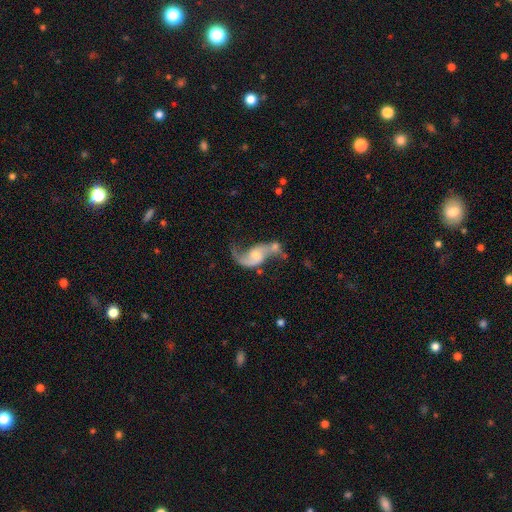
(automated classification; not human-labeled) Overall: featured or disk (84%). Edge-on disk: no (97%). Bar: no (52%; weak 38%). Spiral arms: yes (93%). Spiral arm count: 2 (85%). Spiral winding: loose (79%). Bulge size: moderate (42%, tied with small). Merging: none (40%; merger 26%).